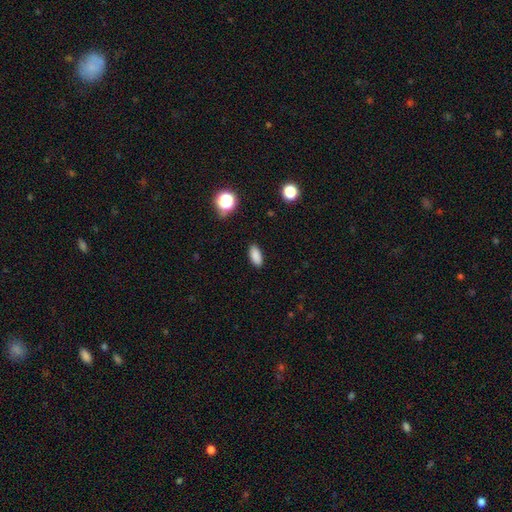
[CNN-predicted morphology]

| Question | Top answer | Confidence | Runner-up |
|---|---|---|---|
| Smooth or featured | smooth | 87% | star or artifact (9%) |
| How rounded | in between | 86% | cigar-shaped (11%) |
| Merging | none | 88% | minor disturbance (8%) |